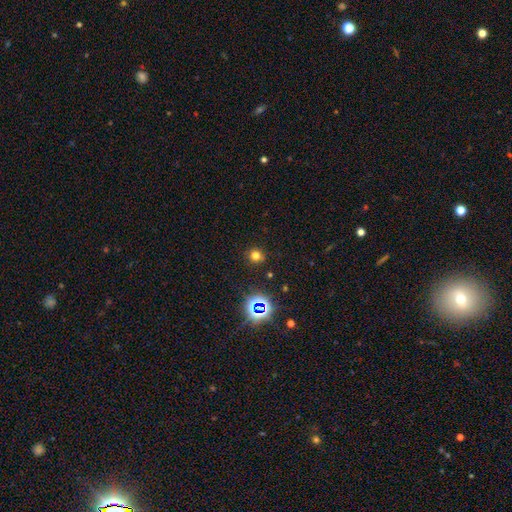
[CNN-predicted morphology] This is likely a smooth galaxy (69%). How rounded: clearly round (90%). Merging: clearly none (86%).